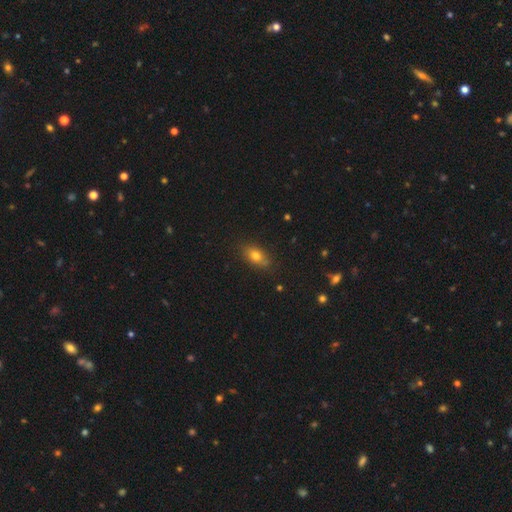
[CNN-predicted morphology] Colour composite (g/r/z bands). It shows a smooth galaxy with no disk features (76%) that is in between round and cigar-shaped (80%). Merging: none (78%).